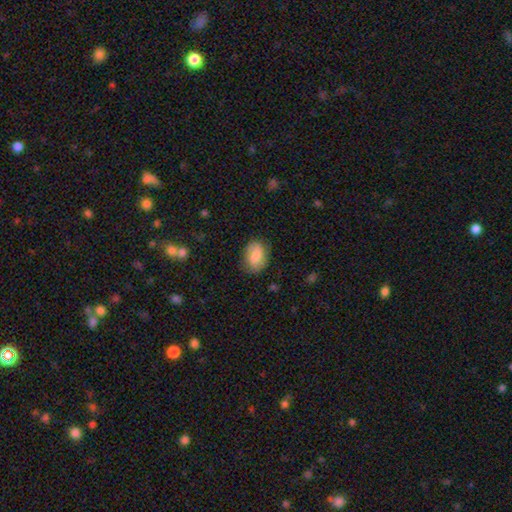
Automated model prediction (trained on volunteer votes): The model was most divided on "smooth or featured": smooth: 69%, featured or disk: 24%, star or artifact: 7%. More confident: how rounded — in between (78%); merging — none (74%).